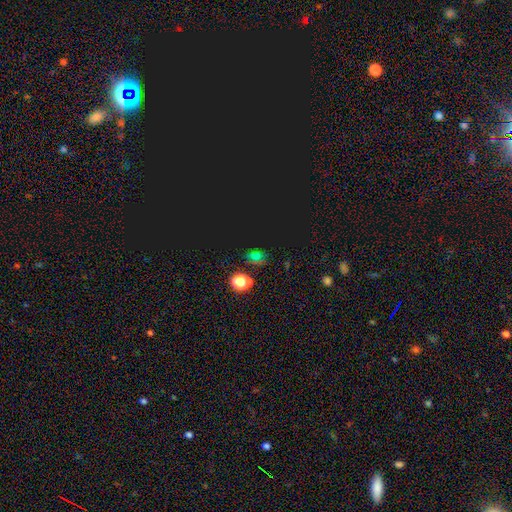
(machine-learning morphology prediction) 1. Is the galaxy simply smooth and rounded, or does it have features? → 61% star or artifact, 27% smooth, 11% featured or disk.